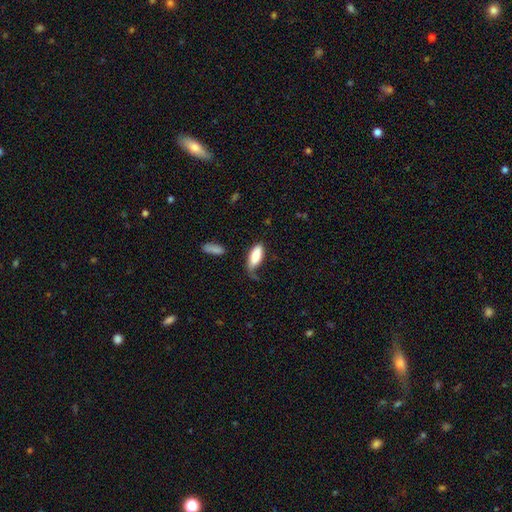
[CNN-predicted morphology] This appears to be a smooth galaxy with no disk features (84%) that is in between round and cigar-shaped (80%). Merging: none (49%).